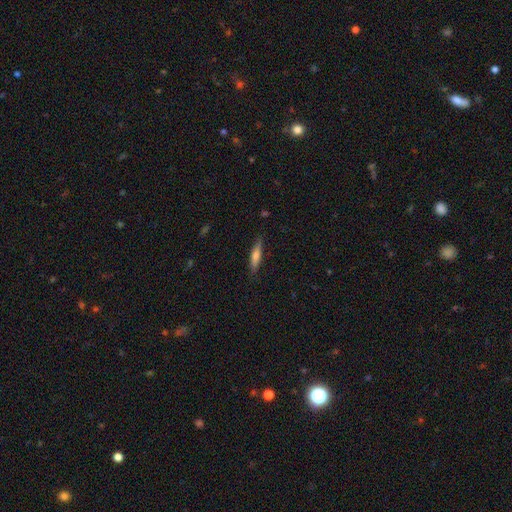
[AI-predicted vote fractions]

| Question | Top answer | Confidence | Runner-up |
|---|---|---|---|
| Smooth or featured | smooth | 53% | featured or disk (41%) |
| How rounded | cigar-shaped | 85% | in between (13%) |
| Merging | none | 86% | minor disturbance (11%) |